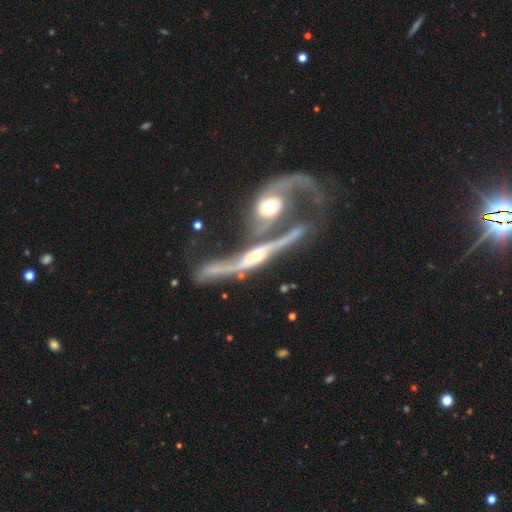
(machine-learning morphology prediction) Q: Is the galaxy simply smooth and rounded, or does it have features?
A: featured or disk — 84%.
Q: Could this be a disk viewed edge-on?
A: yes — 57%.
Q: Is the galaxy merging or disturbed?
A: merger — 59%.